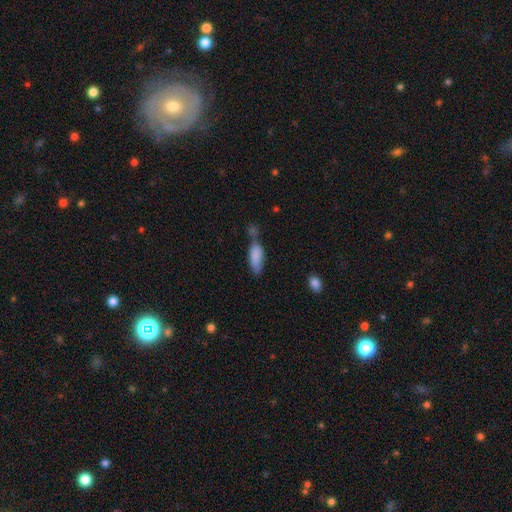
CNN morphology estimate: Smooth or featured?
  - smooth: 83% *
  - featured or disk: 10%
  - star or artifact: 7%
How rounded?
  - in between: 71% *
  - cigar-shaped: 26%
  - round: 2%
Merging?
  - none: 37% *
  - merger: 30%
  - minor disturbance: 23%
  - major disturbance: 9%